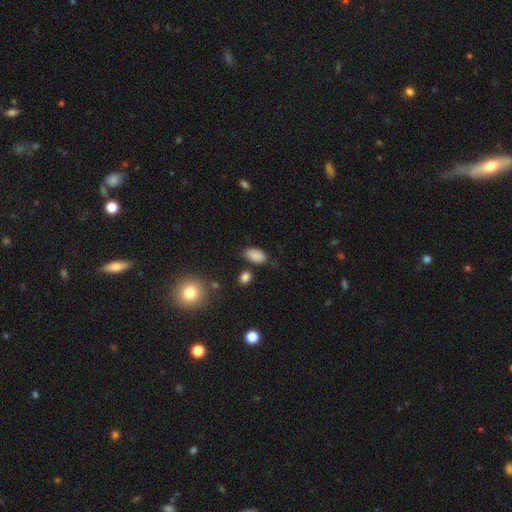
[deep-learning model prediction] smooth-or-featured: smooth: 85% | star or artifact: 9% | featured or disk: 6%
  how-rounded: in between: 92% | round: 6% | cigar-shaped: 2%
  merging: none: 75% | minor disturbance: 16% | merger: 4% | major disturbance: 4%